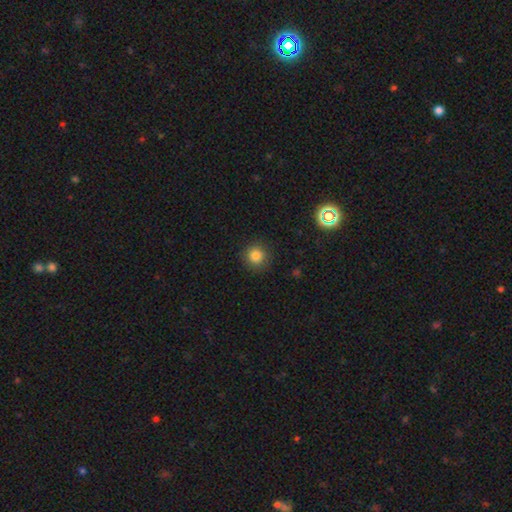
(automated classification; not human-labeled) A smooth galaxy with no disk features (82%) that is round (93%).

Vote fractions:
- Smooth or featured? smooth: 82% / star or artifact: 12% / featured or disk: 5%
- How rounded? round: 93% / in between: 6% / cigar-shaped: 1%
- Merging? none: 89% / minor disturbance: 7% / major disturbance: 2% / merger: 1%